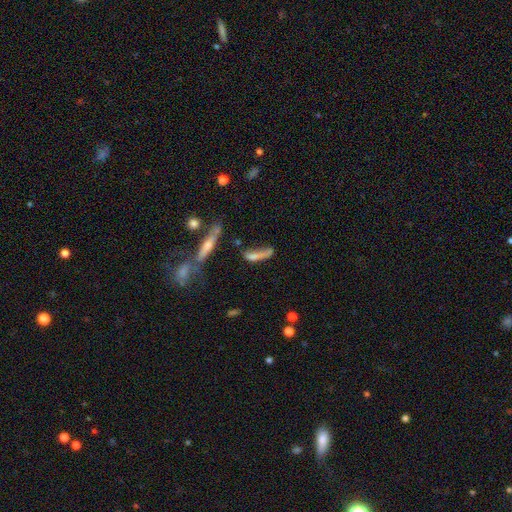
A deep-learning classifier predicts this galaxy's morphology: smooth_or_featured: smooth (p=0.59) [alt: featured or disk p=0.30]
how_rounded: cigar-shaped (p=0.69) [alt: in between p=0.27]
merging: none (p=0.32) [alt: major disturbance p=0.25]